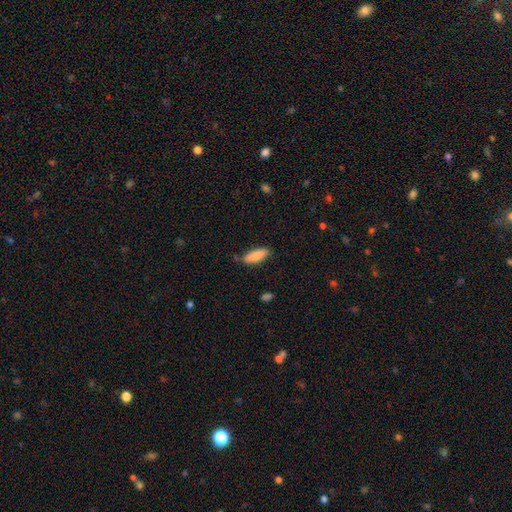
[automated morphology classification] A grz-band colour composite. It shows a smooth galaxy with no disk features (85%) that is in between round and cigar-shaped (63%). Merging: none (76%).